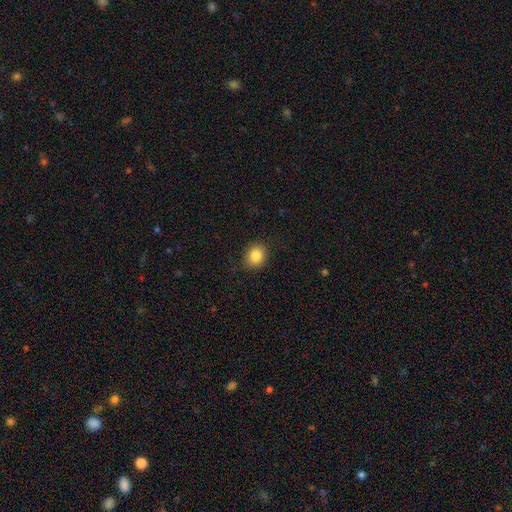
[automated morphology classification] smooth-or-featured: smooth: 84% | star or artifact: 10% | featured or disk: 6%
  how-rounded: round: 69% | in between: 31% | cigar-shaped: 1%
  merging: none: 87% | minor disturbance: 10% | major disturbance: 2% | merger: 1%